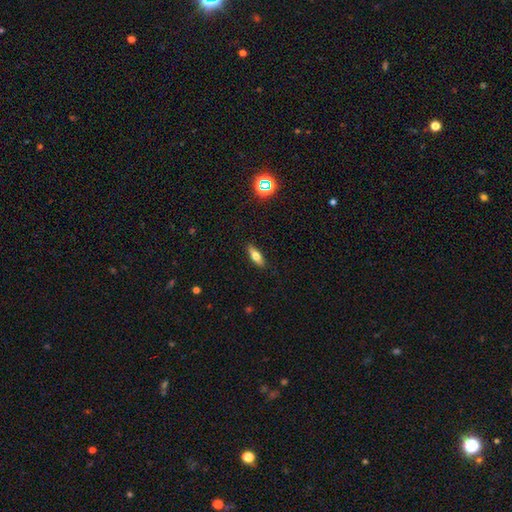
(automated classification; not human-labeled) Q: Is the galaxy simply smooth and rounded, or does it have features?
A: smooth — 66%.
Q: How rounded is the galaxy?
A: in between — 62%.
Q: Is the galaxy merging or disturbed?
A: none — 88%.